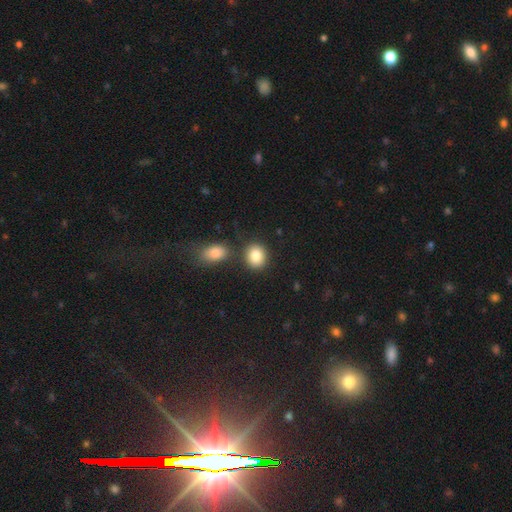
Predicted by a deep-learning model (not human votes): Q: Smooth or featured?
A: smooth (84%); runner-up: star or artifact (8%)
Q: How rounded?
A: round (65%); runner-up: in between (34%)
Q: Merging?
A: none (74%); runner-up: merger (13%)